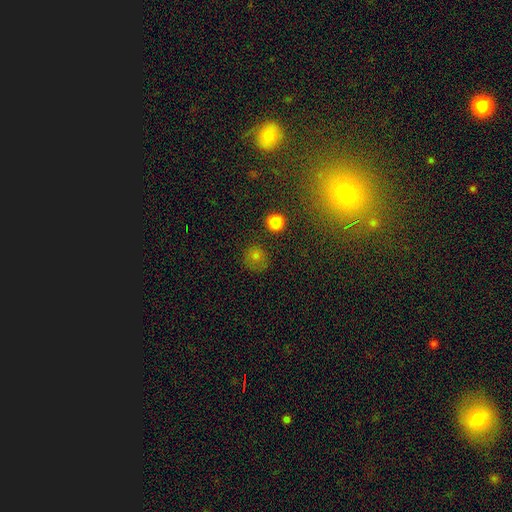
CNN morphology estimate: smooth 71%, star or artifact 20%, featured or disk 9%. Down the decision tree: how rounded — round (88%); merging — none (82%).